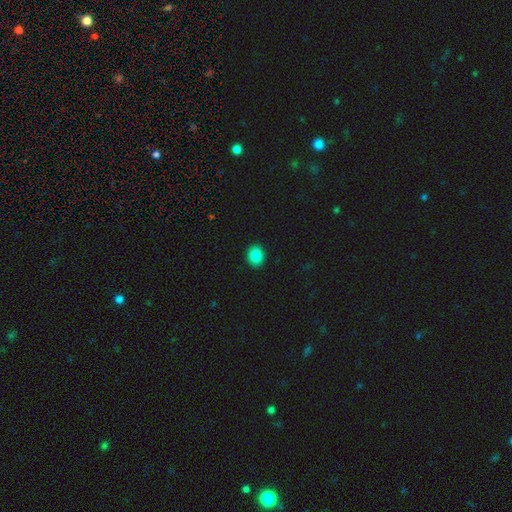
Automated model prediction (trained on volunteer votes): Q: Smooth or featured?
A: smooth (84%); runner-up: star or artifact (9%)
Q: How rounded?
A: round (56%); runner-up: in between (43%)
Q: Merging?
A: none (92%); runner-up: minor disturbance (6%)